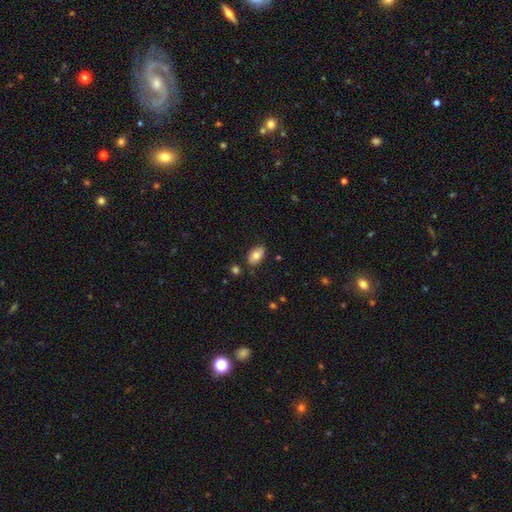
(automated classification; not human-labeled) smooth_or_featured: smooth (p=0.78) [alt: featured or disk p=0.14]
how_rounded: in between (p=0.92) [alt: round p=0.07]
merging: none (p=0.80) [alt: minor disturbance p=0.14]